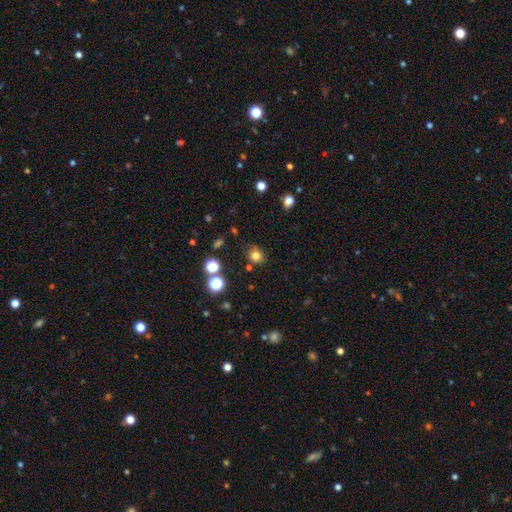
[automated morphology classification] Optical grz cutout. It shows a smooth galaxy with no disk features (78%) that is round (79%). Merging: none (79%).